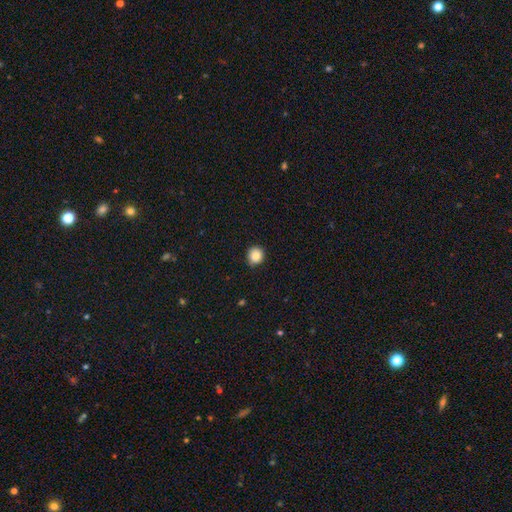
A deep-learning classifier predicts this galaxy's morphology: Smooth or featured?
  - smooth: 86% *
  - star or artifact: 10%
  - featured or disk: 4%
How rounded?
  - round: 91% *
  - in between: 8%
  - cigar-shaped: 1%
Merging?
  - none: 86% *
  - minor disturbance: 11%
  - major disturbance: 2%
  - merger: 1%